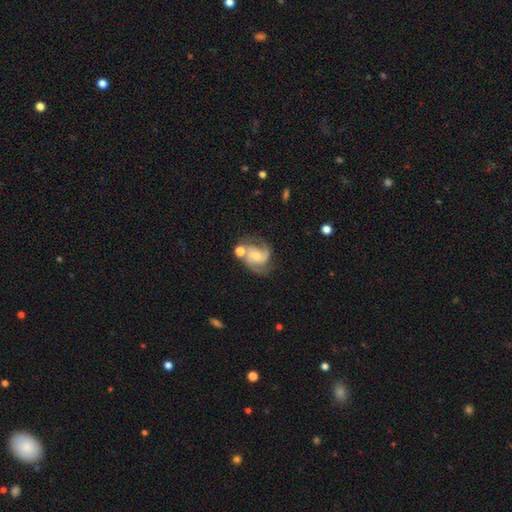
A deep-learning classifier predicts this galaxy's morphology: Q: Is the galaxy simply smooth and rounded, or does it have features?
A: featured or disk — 81%.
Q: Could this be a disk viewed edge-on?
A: no — 98%.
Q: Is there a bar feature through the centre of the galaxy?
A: no — 58%.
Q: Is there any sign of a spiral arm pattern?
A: yes — 96%.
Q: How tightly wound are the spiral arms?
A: medium — 54%.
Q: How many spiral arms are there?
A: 2 — 69%.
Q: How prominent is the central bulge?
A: small — 49%.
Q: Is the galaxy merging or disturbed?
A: none — 53%.